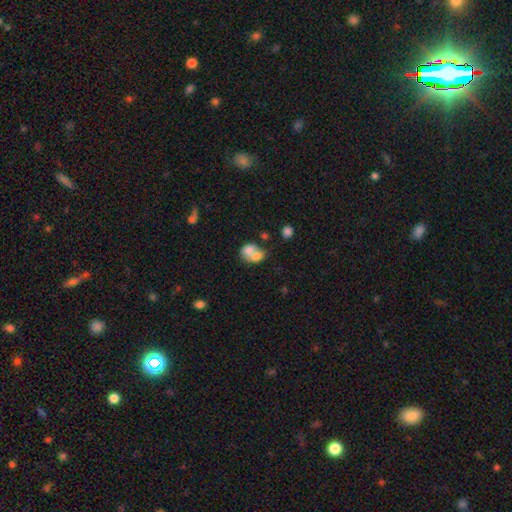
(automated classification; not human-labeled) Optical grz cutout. It shows a smooth galaxy with no disk features (68%) that is in between round and cigar-shaped (55%). Merging: merger (70%).